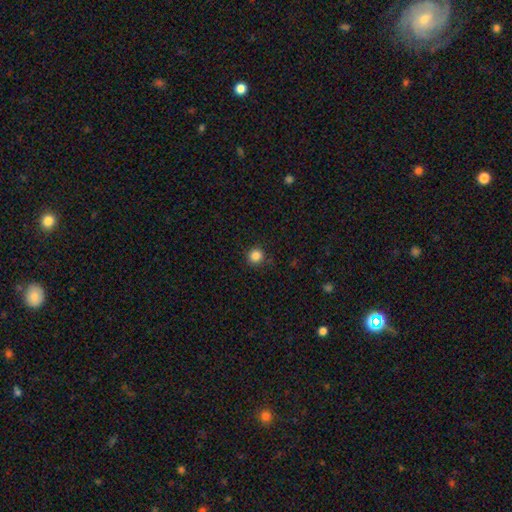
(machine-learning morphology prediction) Q: Smooth or featured?
A: smooth (85%); runner-up: star or artifact (11%)
Q: How rounded?
A: round (94%); runner-up: in between (5%)
Q: Merging?
A: none (89%); runner-up: minor disturbance (7%)